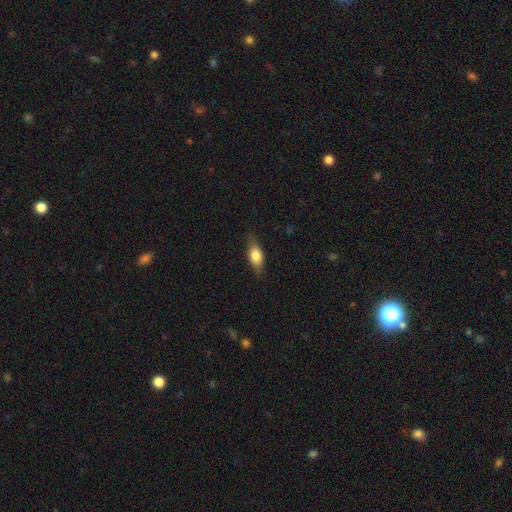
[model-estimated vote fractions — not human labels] Q: Smooth or featured?
A: smooth (72%); runner-up: featured or disk (21%)
Q: How rounded?
A: in between (79%); runner-up: cigar-shaped (15%)
Q: Merging?
A: none (76%); runner-up: minor disturbance (18%)